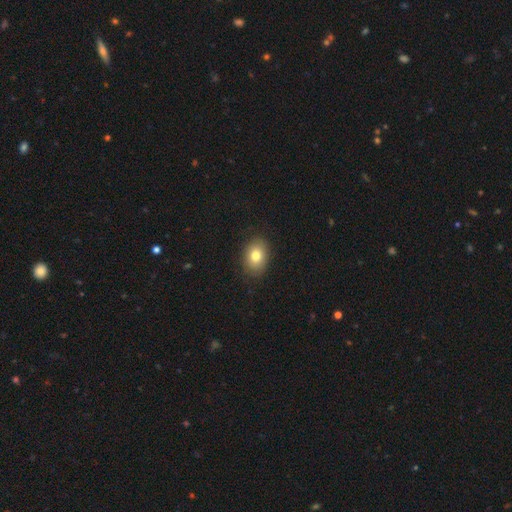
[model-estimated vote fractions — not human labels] Smooth or featured?
  - smooth: 79% *
  - featured or disk: 11%
  - star or artifact: 9%
How rounded?
  - in between: 72% *
  - round: 27%
  - cigar-shaped: 1%
Merging?
  - none: 86% *
  - minor disturbance: 10%
  - major disturbance: 3%
  - merger: 1%